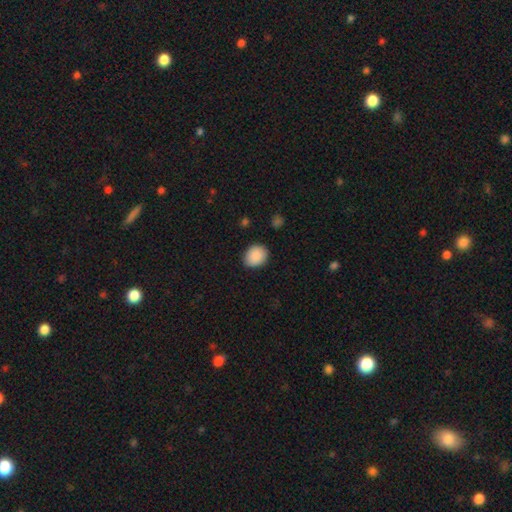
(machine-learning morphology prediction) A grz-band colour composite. It shows a smooth galaxy with no disk features (89%) that is round (63%). Merging: none (86%).